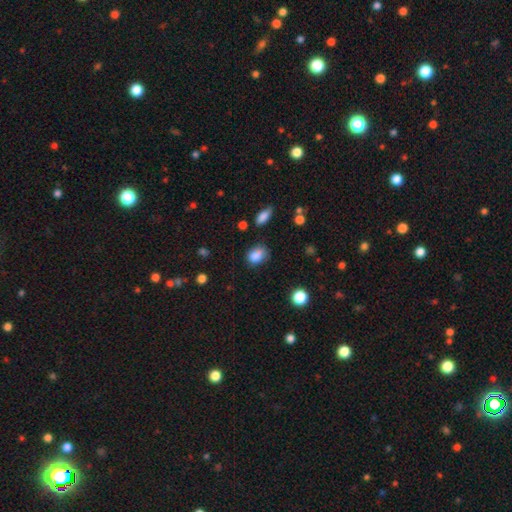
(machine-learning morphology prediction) smooth 85%, star or artifact 9%, featured or disk 6%. Down the decision tree: how rounded — in between (66%); merging — none (67%).